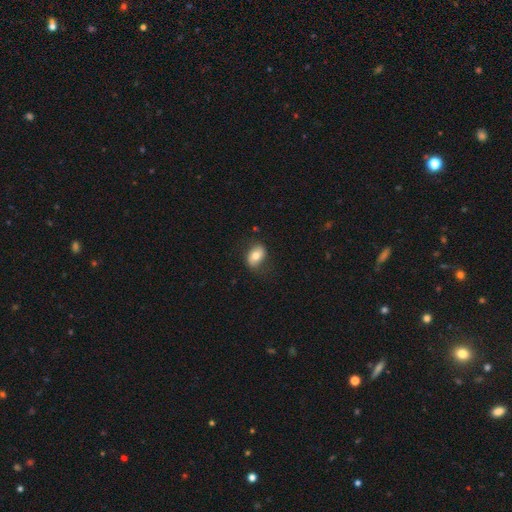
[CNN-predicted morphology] This appears to be a smooth galaxy with no disk features (70%) that is in between round and cigar-shaped (86%). Merging: none (76%).